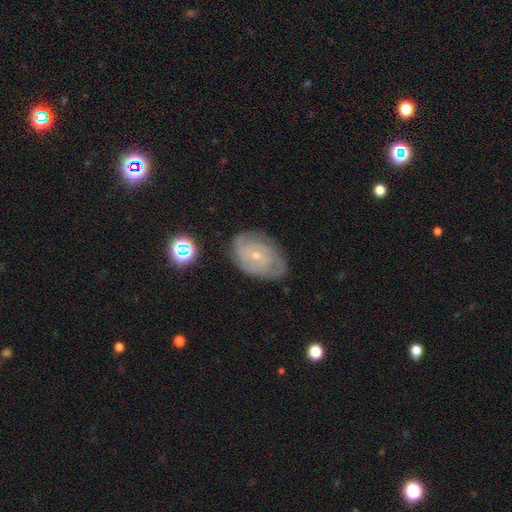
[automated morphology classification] Smooth or featured: featured or disk — 70% (smooth — 21%)
Edge-on disk: no — 96% (yes — 4%)
Bar: no — 73% (weak — 23%)
Spiral arms: yes — 86% (no — 14%)
Spiral winding: tight — 67% (medium — 25%)
Spiral arm count: can't tell — 50% (2 — 19%)
Bulge size: small — 79% (moderate — 18%)
Merging: none — 73% (minor disturbance — 20%)